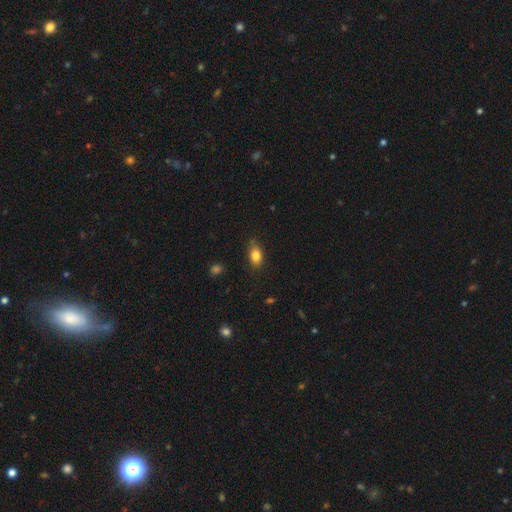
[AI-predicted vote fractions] Q: Smooth or featured?
A: smooth (83%); runner-up: star or artifact (9%)
Q: How rounded?
A: in between (84%); runner-up: round (11%)
Q: Merging?
A: none (76%); runner-up: minor disturbance (19%)